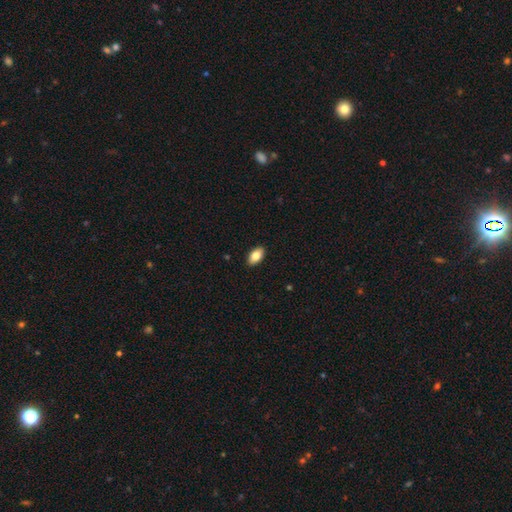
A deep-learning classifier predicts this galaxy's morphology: A smooth galaxy with no disk features (83%) that is in between round and cigar-shaped (93%). Merging: none (90%).